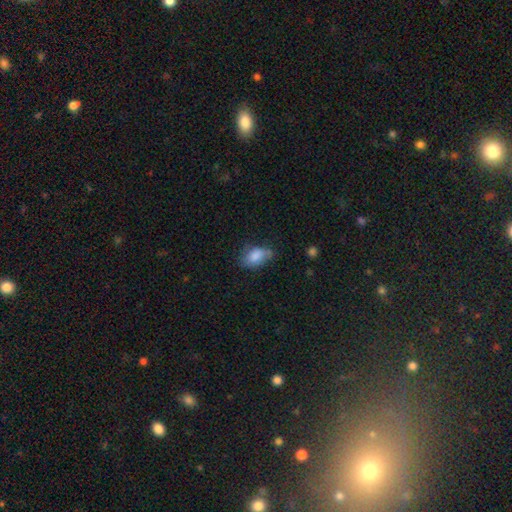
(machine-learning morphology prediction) Smooth or featured?
  - smooth: 82% *
  - featured or disk: 10%
  - star or artifact: 8%
How rounded?
  - in between: 89% *
  - round: 9%
  - cigar-shaped: 2%
Merging?
  - none: 54% *
  - minor disturbance: 33%
  - major disturbance: 9%
  - merger: 3%